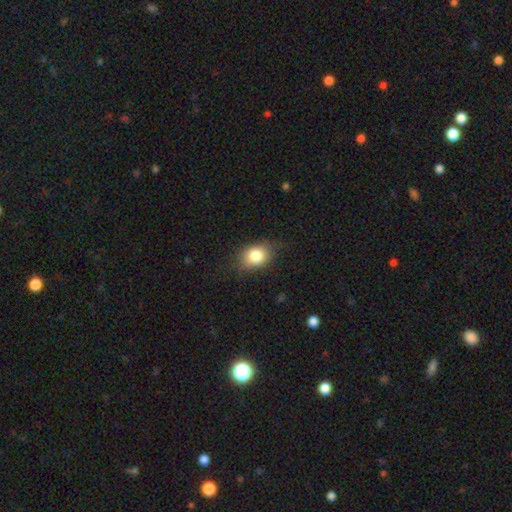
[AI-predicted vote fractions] Morphology: type=smooth (80%); roundness=in between (62%); merging=none (74%).